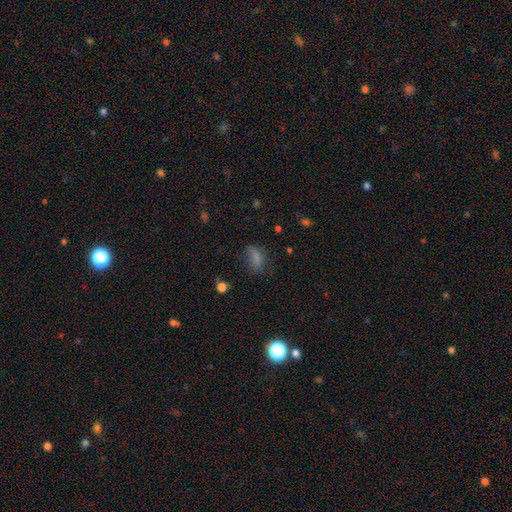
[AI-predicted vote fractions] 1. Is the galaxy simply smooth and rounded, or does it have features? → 58% smooth, 24% star or artifact, 18% featured or disk.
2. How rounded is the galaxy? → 77% in between, 18% round, 6% cigar-shaped.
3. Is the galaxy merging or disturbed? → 52% none, 26% minor disturbance, 19% major disturbance, 3% merger.